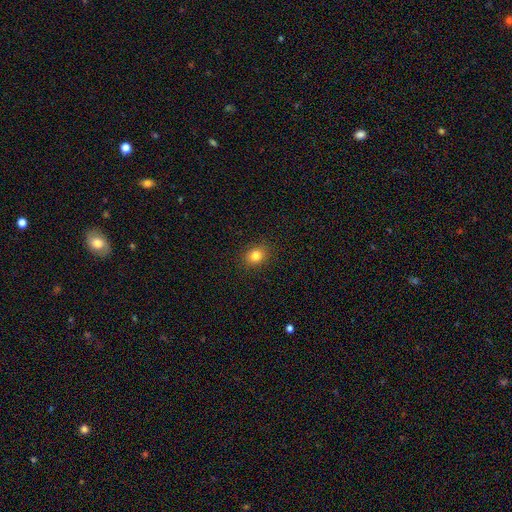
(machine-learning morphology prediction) This is clearly a smooth galaxy (82%). How rounded: likely round (64%). Merging: clearly none (90%).